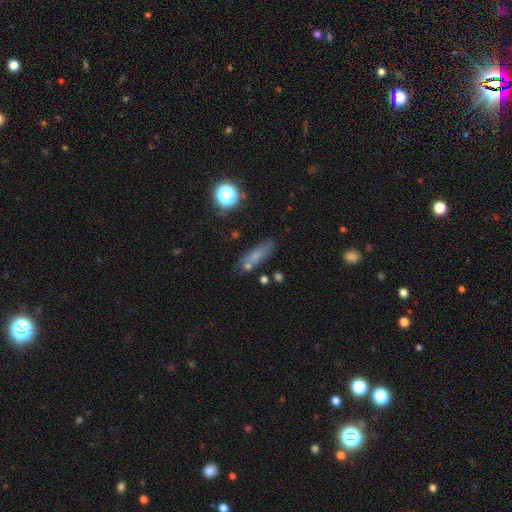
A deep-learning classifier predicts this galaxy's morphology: Overall: smooth (65%). How rounded: in between (47%; cigar-shaped 46%). Merging: none (65%).